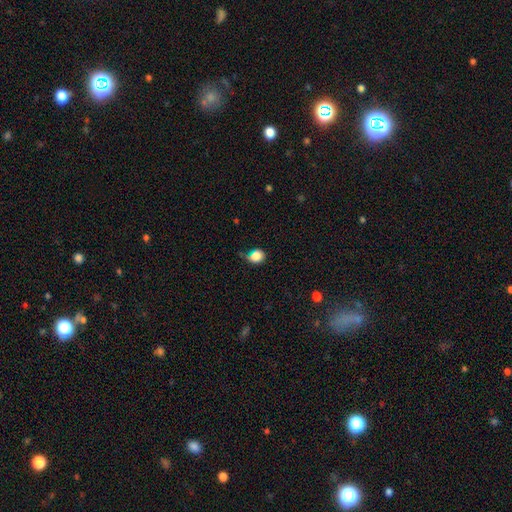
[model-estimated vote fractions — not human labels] Overall: smooth (84%). How rounded: round (66%; in between 33%). Merging: none (53%; minor disturbance 31%).